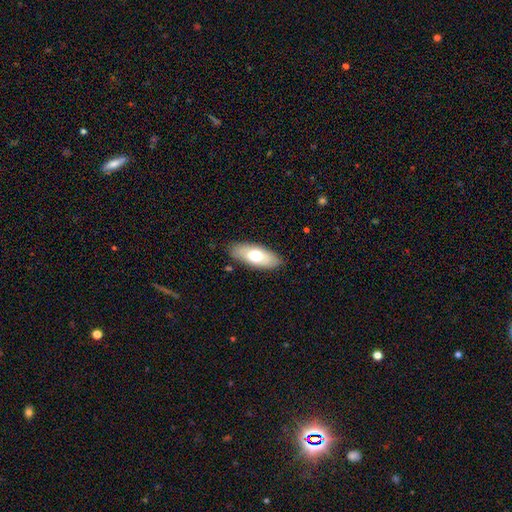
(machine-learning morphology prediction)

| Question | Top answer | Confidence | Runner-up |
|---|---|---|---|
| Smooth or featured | smooth | 64% | featured or disk (30%) |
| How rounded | in between | 83% | cigar-shaped (15%) |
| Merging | none | 85% | minor disturbance (11%) |